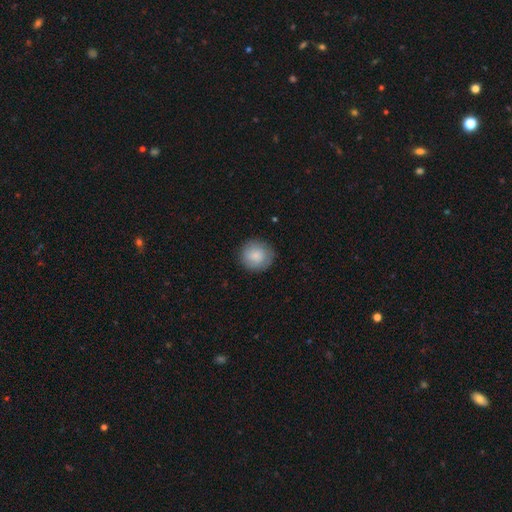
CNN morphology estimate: A smooth galaxy with no disk features (84%) that is round (92%). Merging: none (85%).